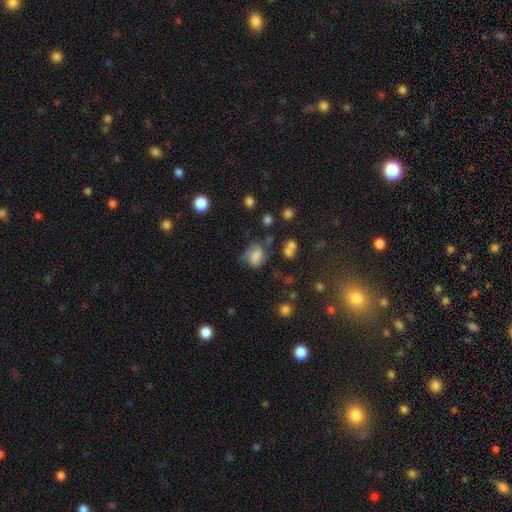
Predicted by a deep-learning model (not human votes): smooth_or_featured: smooth (p=0.65) [alt: featured or disk p=0.22]
how_rounded: in between (p=0.65) [alt: round p=0.33]
merging: none (p=0.40) [alt: minor disturbance p=0.30]